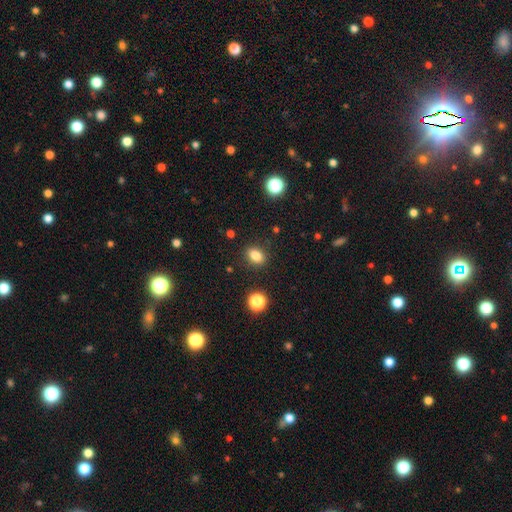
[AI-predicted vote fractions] A smooth galaxy with no disk features (82%) that is in between round and cigar-shaped (72%). Merging: none (87%).